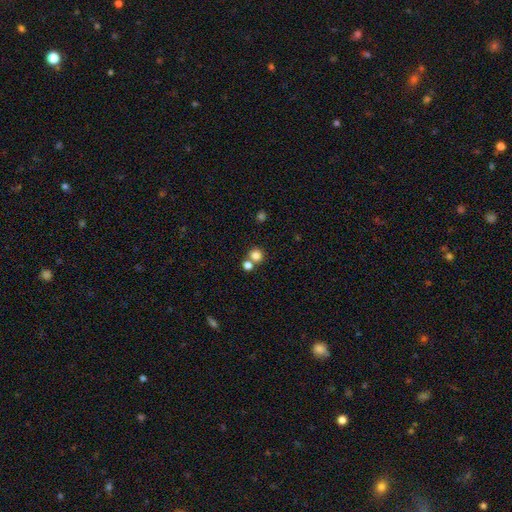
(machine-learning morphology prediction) Smooth or featured? smooth (81%)
How rounded? round (90%)
Merging? none (59%)